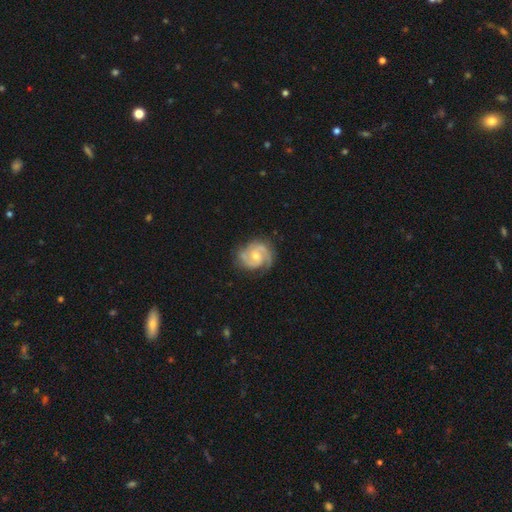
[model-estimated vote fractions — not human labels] Morphology: type=featured or disk (87%); edge-on=no (98%); bar=no (60%); spiral arms=yes (97%); winding=medium (47%); arm count=2 (82%); bulge=moderate (54%); merging=none (76%).